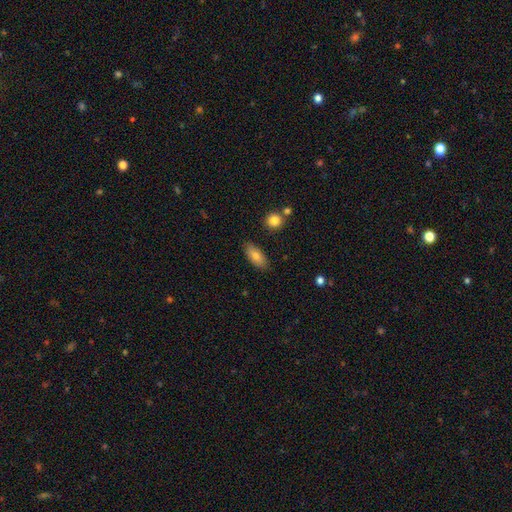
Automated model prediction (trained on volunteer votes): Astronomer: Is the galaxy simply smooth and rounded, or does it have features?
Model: smooth — 77%.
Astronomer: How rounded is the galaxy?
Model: in between — 85%.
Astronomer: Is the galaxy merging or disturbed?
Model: none — 85%.